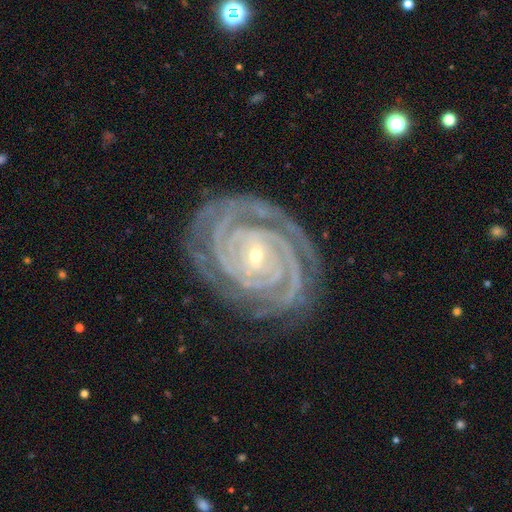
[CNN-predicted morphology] Q: Smooth or featured?
A: featured or disk (92%); runner-up: star or artifact (5%)
Q: Edge-on disk?
A: no (97%); runner-up: yes (3%)
Q: Bar?
A: no (49%); runner-up: weak (28%)
Q: Spiral arms?
A: yes (99%); runner-up: no (1%)
Q: Spiral winding?
A: tight (88%); runner-up: medium (11%)
Q: Spiral arm count?
A: 2 (33%); runner-up: 3 (22%)
Q: Bulge size?
A: small (78%); runner-up: moderate (19%)
Q: Merging?
A: none (81%); runner-up: minor disturbance (14%)